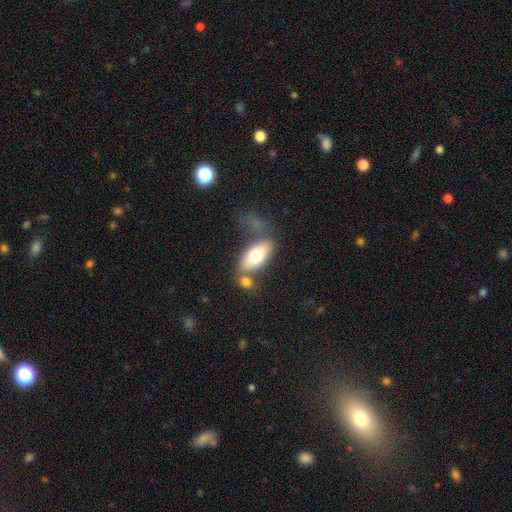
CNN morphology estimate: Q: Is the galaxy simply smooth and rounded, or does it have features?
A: smooth — 69%.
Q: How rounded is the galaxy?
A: in between — 87%.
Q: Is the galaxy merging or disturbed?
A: none — 50%.